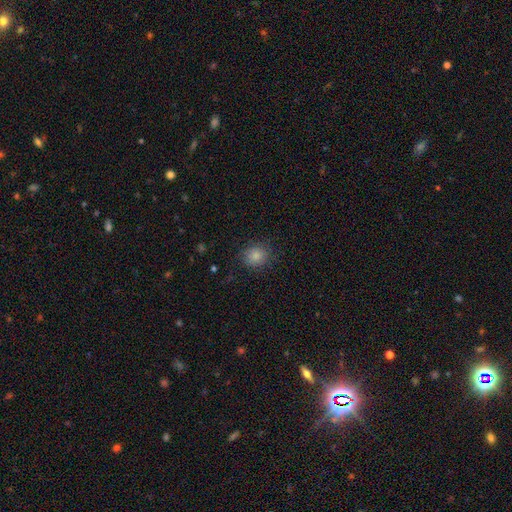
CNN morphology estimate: Smooth or featured? Predicted: smooth (p=0.84). How rounded? Predicted: round (p=0.76). Merging? Predicted: none (p=0.82).